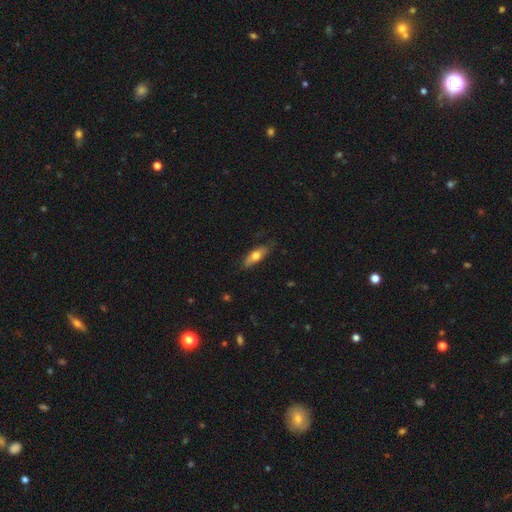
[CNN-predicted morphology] smooth-or-featured: smooth: 64% | featured or disk: 29% | star or artifact: 6%
  how-rounded: in between: 58% | cigar-shaped: 39% | round: 3%
  merging: none: 76% | minor disturbance: 19% | major disturbance: 4% | merger: 1%